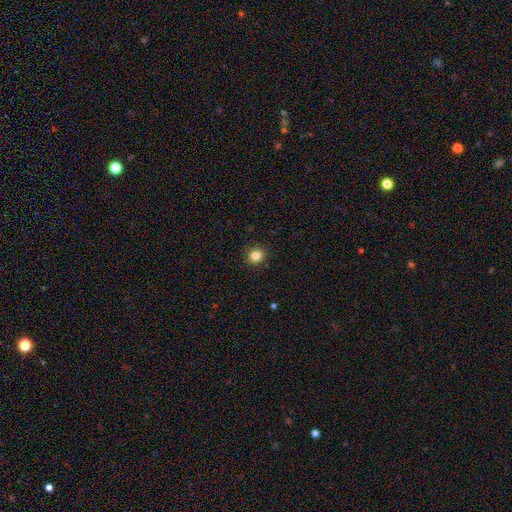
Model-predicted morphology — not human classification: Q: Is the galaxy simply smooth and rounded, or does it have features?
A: smooth — 83%.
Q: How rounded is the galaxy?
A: round — 86%.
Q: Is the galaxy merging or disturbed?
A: none — 91%.